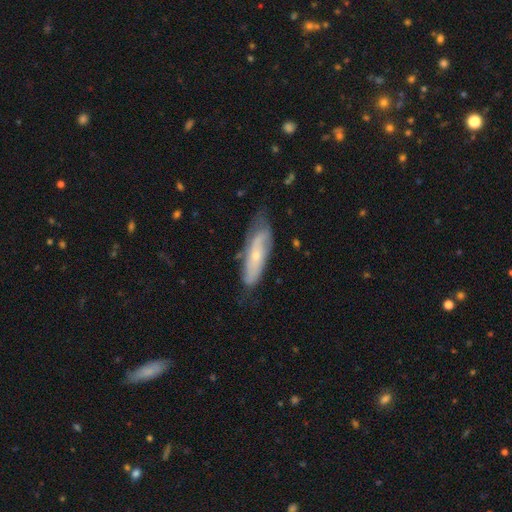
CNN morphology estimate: A featured or disk galaxy (61%). Merging: none (64%).